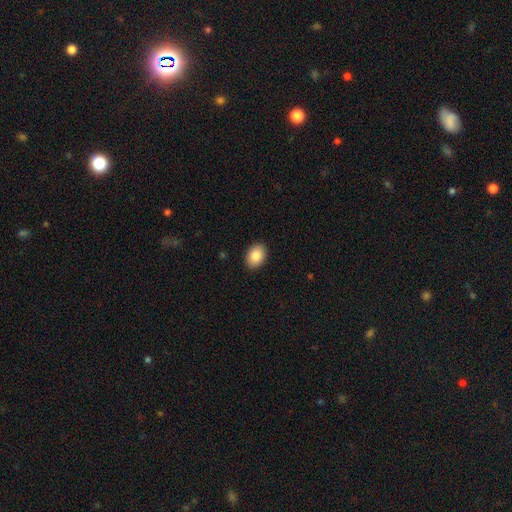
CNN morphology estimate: Smooth or featured: smooth — 87% (star or artifact — 7%)
How rounded: in between — 75% (round — 24%)
Merging: none — 91% (minor disturbance — 7%)